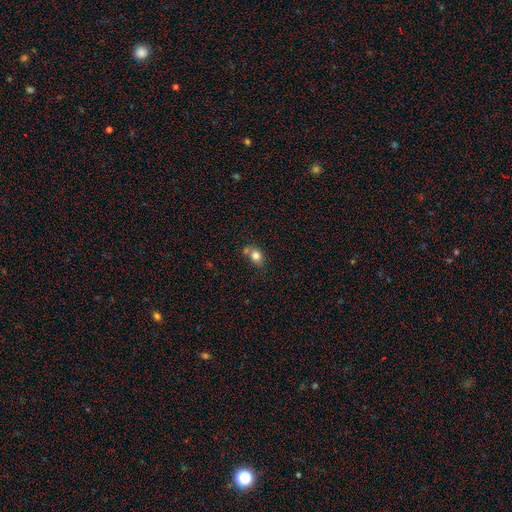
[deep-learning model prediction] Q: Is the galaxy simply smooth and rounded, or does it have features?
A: smooth — 79%.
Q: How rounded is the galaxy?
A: in between — 50%.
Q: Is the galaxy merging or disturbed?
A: none — 51%.